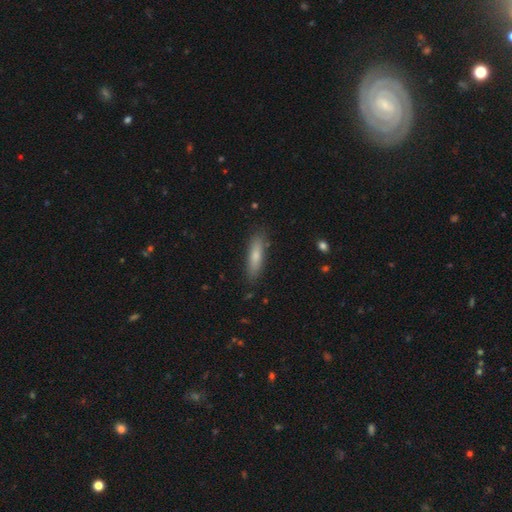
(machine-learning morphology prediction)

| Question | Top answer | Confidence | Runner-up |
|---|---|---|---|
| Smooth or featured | smooth | 74% | featured or disk (20%) |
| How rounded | cigar-shaped | 72% | in between (27%) |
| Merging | none | 84% | minor disturbance (12%) |